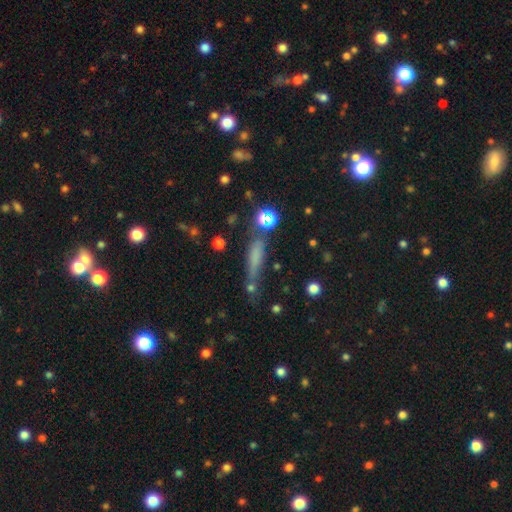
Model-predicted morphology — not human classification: Overall: smooth (57%; featured or disk 22%). How rounded: cigar-shaped (77%). Merging: none (63%).